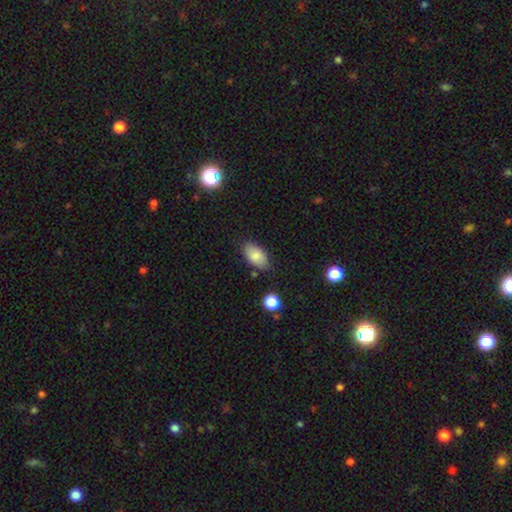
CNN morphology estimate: Smooth or featured?
  - smooth: 82% *
  - featured or disk: 10%
  - star or artifact: 8%
How rounded?
  - in between: 93% *
  - round: 4%
  - cigar-shaped: 3%
Merging?
  - none: 77% *
  - minor disturbance: 17%
  - major disturbance: 3%
  - merger: 3%